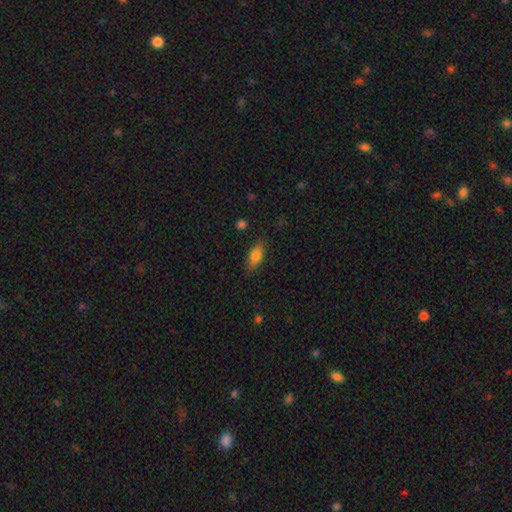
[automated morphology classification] smooth_or_featured: smooth (p=0.73) [alt: featured or disk p=0.19]
how_rounded: in between (p=0.75) [alt: cigar-shaped p=0.21]
merging: none (p=0.82) [alt: minor disturbance p=0.13]